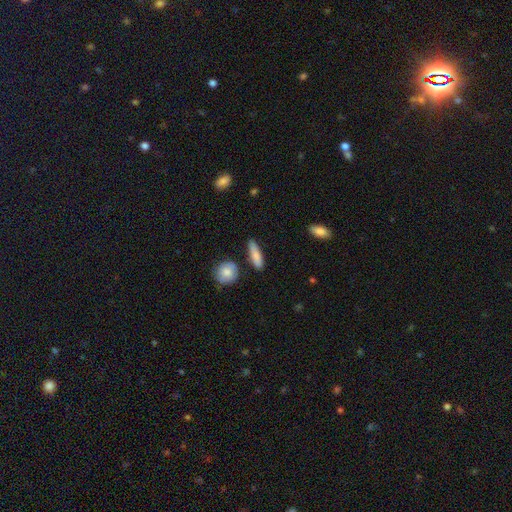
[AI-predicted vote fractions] This appears to be a smooth galaxy with no disk features (80%) that is cigar-shaped (63%). Merging: none (79%).